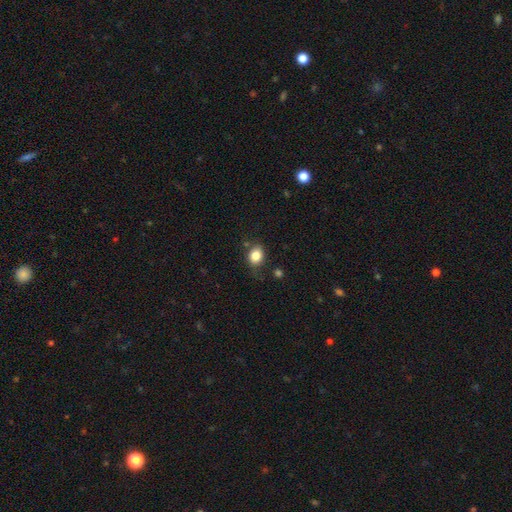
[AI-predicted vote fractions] Q: Smooth or featured?
A: smooth (83%); runner-up: star or artifact (10%)
Q: How rounded?
A: in between (53%); runner-up: round (46%)
Q: Merging?
A: none (71%); runner-up: minor disturbance (19%)